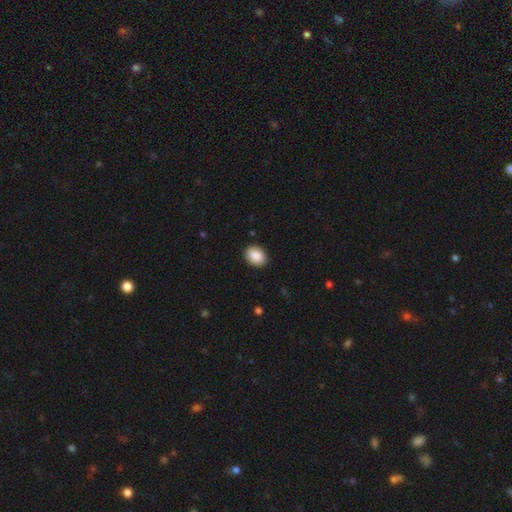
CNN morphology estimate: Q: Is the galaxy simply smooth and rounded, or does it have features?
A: smooth — 90%.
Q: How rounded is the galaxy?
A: in between — 73%.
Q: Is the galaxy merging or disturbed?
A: none — 89%.